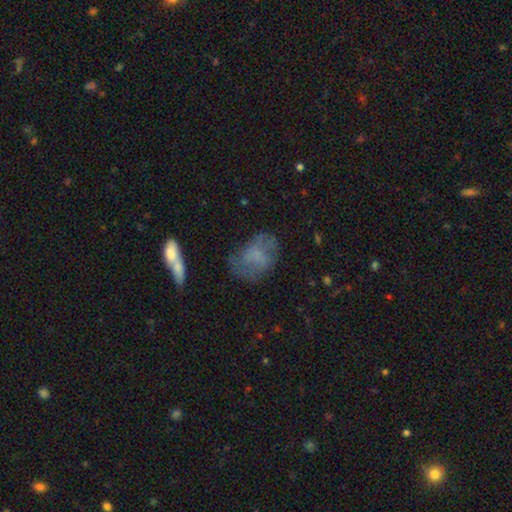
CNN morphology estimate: smooth 51%, featured or disk 38%, star or artifact 11%. Down the decision tree: how rounded — in between (76%); merging — none (54%).